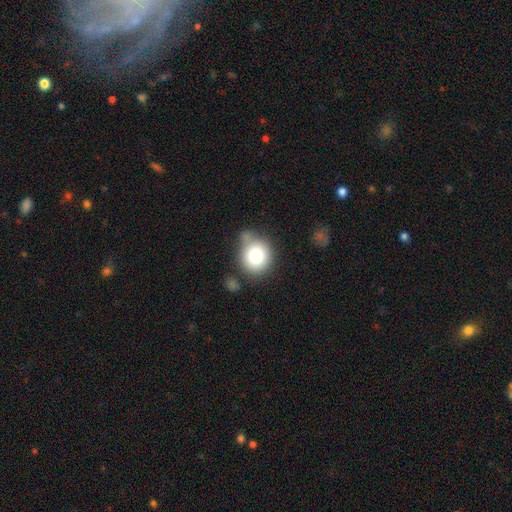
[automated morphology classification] A smooth galaxy with no disk features (79%) that is round (83%). Merging: none (58%).